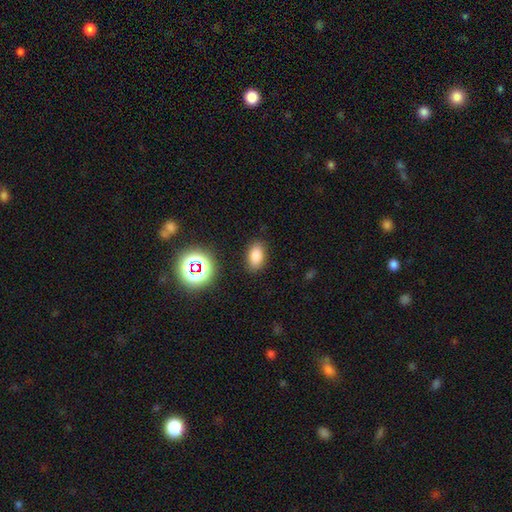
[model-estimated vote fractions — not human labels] A smooth galaxy with no disk features (79%) that is in between round and cigar-shaped (88%).

Vote fractions:
- Smooth or featured? smooth: 79% / star or artifact: 14% / featured or disk: 6%
- How rounded? in between: 88% / round: 10% / cigar-shaped: 2%
- Merging? none: 86% / minor disturbance: 9% / major disturbance: 3% / merger: 2%